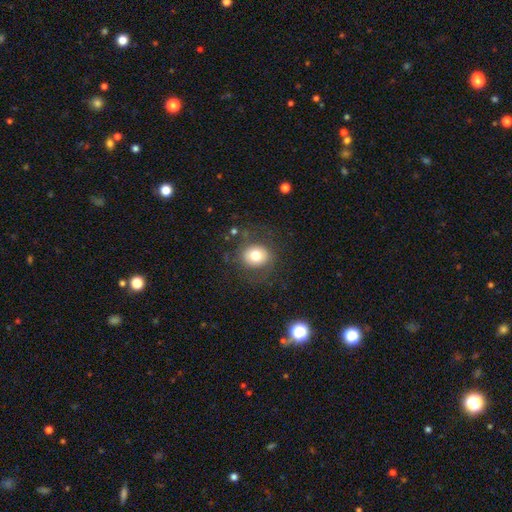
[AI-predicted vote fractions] Overall: smooth (73%). How rounded: round (77%). Merging: none (79%).